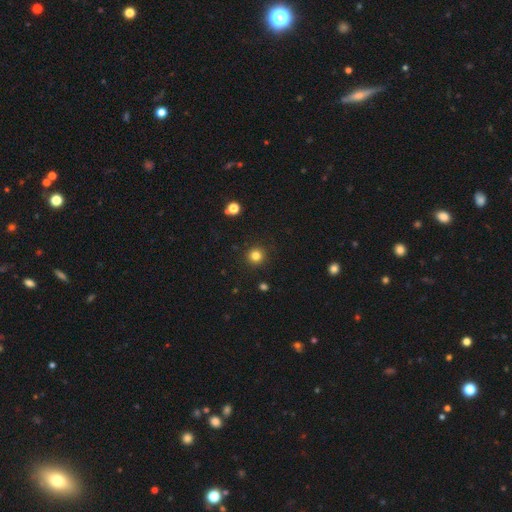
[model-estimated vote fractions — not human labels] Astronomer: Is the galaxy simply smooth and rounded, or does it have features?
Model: smooth — 82%.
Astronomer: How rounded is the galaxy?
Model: round — 95%.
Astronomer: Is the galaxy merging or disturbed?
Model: none — 92%.